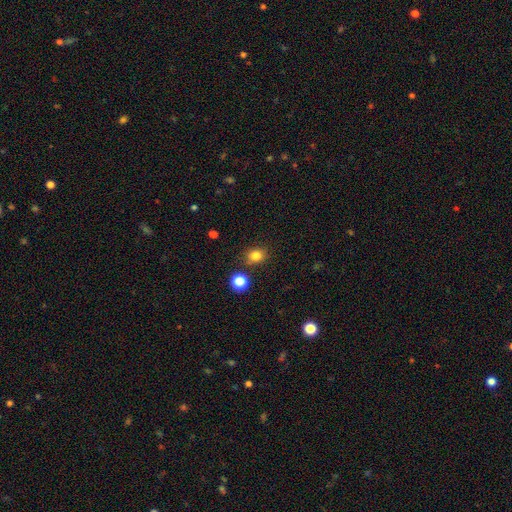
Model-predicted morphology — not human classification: Smooth or featured: smooth — 81% (star or artifact — 14%)
How rounded: round — 67% (in between — 32%)
Merging: none — 81% (minor disturbance — 10%)